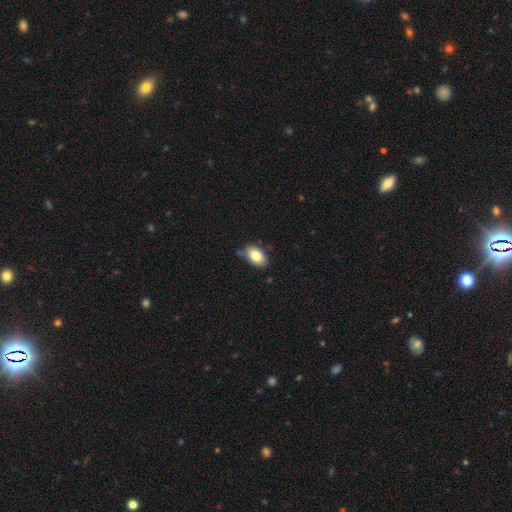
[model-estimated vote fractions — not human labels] A smooth galaxy with no disk features (83%) that is in between round and cigar-shaped (91%). Merging: none (77%).